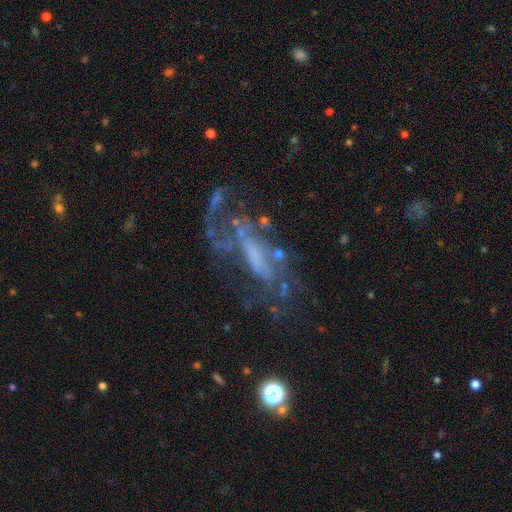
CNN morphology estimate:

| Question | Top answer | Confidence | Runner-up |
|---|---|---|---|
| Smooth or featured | featured or disk | 74% | smooth (13%) |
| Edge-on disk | no | 87% | yes (13%) |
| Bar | no | 42% | weak (35%) |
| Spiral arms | yes | 71% | no (29%) |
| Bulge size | none | 42% | small (27%) |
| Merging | none | 46% | major disturbance (30%) |